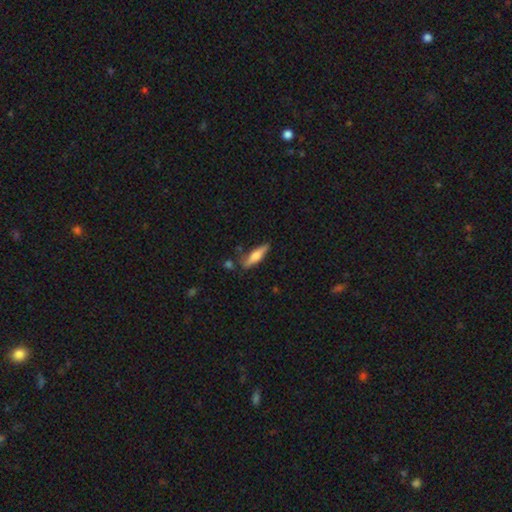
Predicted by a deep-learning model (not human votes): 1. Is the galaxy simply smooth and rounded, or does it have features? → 55% smooth, 39% featured or disk, 6% star or artifact.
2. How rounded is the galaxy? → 72% cigar-shaped, 26% in between, 2% round.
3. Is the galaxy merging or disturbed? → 79% none, 14% minor disturbance, 4% merger, 3% major disturbance.